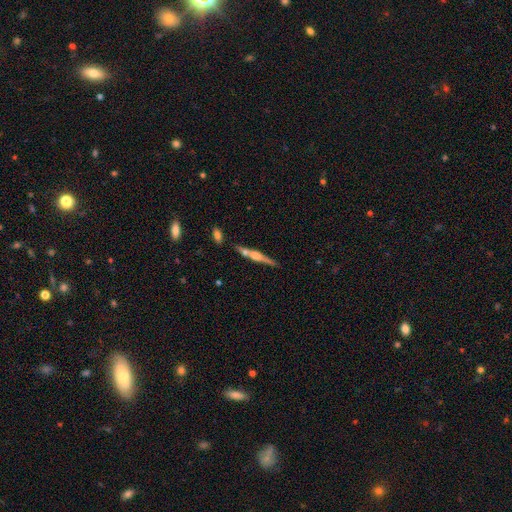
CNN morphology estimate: A featured or disk galaxy (63%) viewed edge-on (96%) with a rounded central bulge (69%). Merging: none (66%).